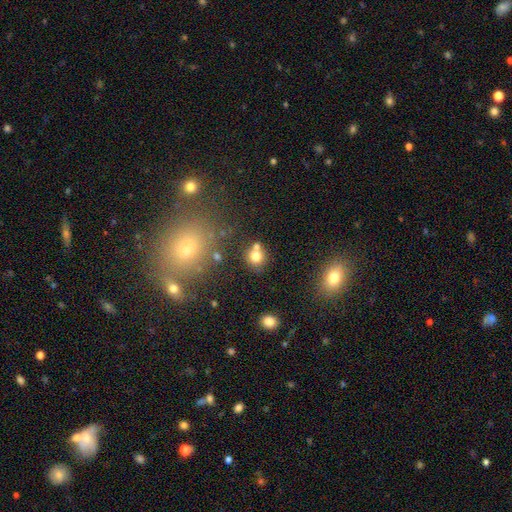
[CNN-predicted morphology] A smooth galaxy with no disk features (75%) that is round (81%). Merging: none (56%).